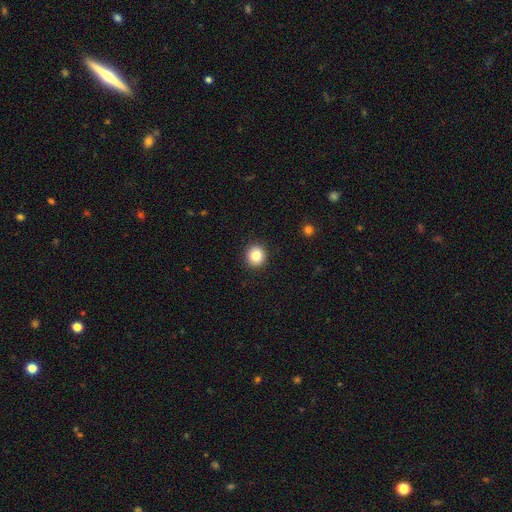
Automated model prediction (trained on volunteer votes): Overall: smooth (84%). How rounded: round (88%). Merging: none (92%).